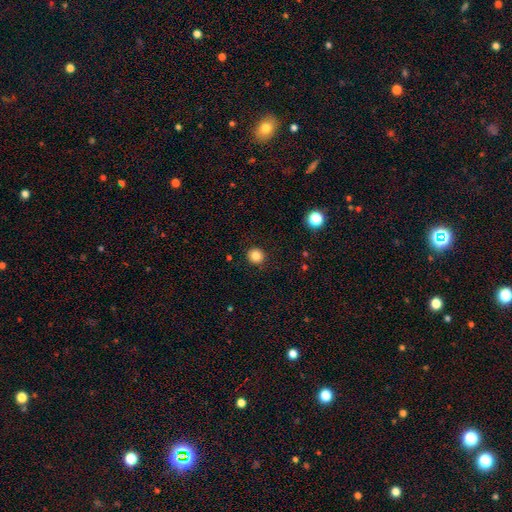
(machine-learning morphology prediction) A smooth galaxy with no disk features (83%) that is round (90%). Merging: none (91%).